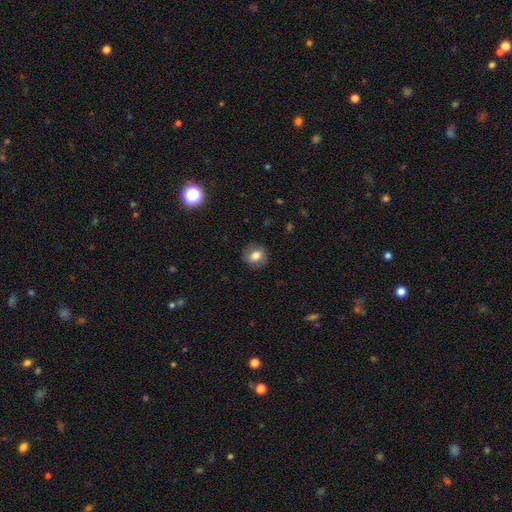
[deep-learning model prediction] smooth-or-featured: smooth: 76% | featured or disk: 14% | star or artifact: 9%
  how-rounded: round: 70% | in between: 29% | cigar-shaped: 1%
  merging: none: 86% | minor disturbance: 10% | major disturbance: 3% | merger: 1%